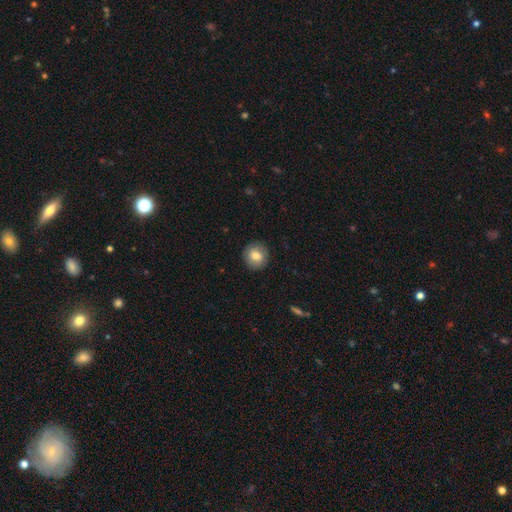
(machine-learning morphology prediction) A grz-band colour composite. It shows a smooth galaxy with no disk features (74%) that is round (89%). Merging: none (88%).